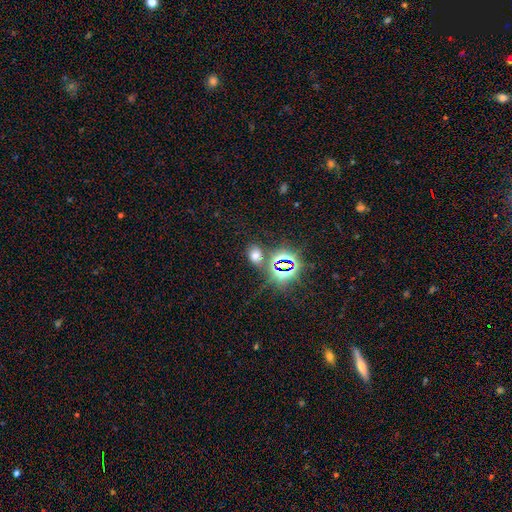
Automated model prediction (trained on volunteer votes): This is possibly a smooth galaxy (53%). How rounded: likely in between (68%). Merging: likely none (72%).